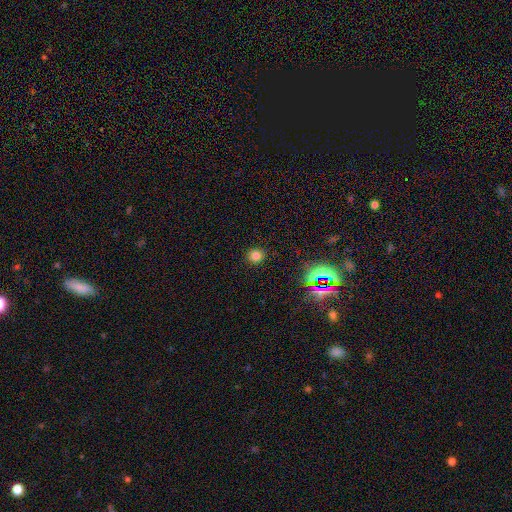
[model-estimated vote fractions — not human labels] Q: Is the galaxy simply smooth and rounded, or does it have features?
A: smooth — 78%.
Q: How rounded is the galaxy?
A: round — 91%.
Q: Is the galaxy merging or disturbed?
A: none — 91%.